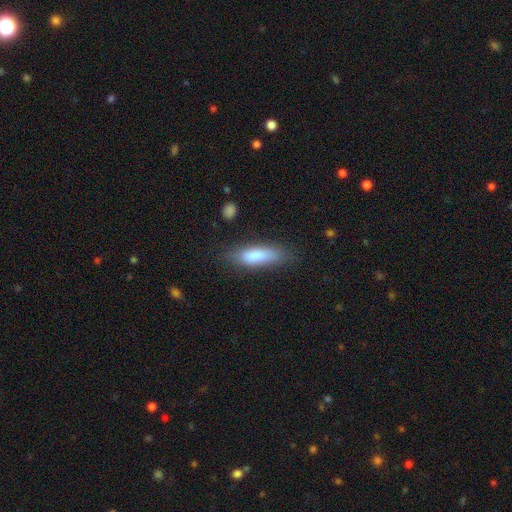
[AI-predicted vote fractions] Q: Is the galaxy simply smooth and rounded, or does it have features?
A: smooth — 82%.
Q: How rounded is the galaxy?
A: in between — 49%, tied with cigar-shaped.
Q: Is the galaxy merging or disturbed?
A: none — 77%.